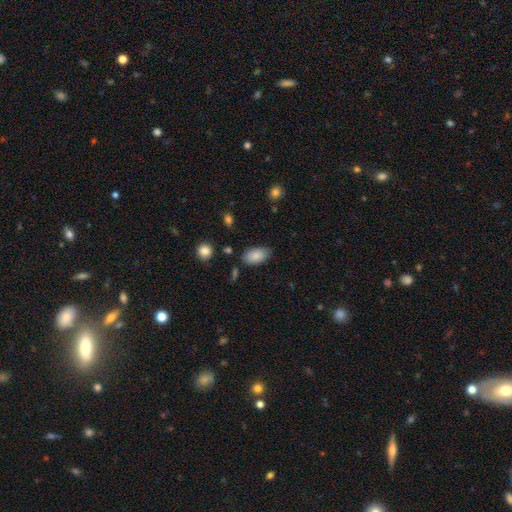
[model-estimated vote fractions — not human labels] smooth 86%, star or artifact 7%, featured or disk 6%. Down the decision tree: how rounded — in between (94%); merging — none (81%).